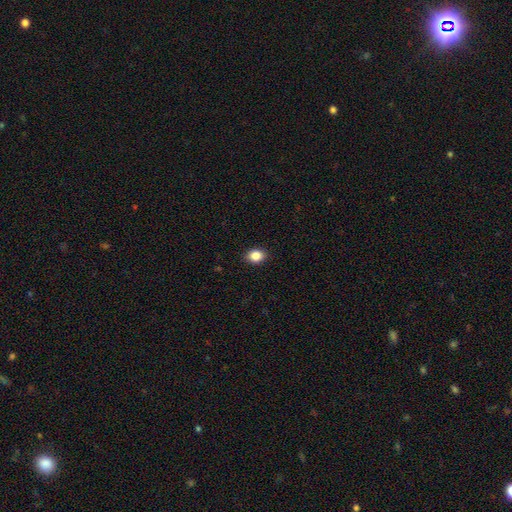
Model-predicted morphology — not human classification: A smooth galaxy with no disk features (86%) that is in between round and cigar-shaped (58%).

Vote fractions:
- Smooth or featured? smooth: 86% / star or artifact: 10% / featured or disk: 5%
- How rounded? in between: 58% / round: 41% / cigar-shaped: 1%
- Merging? none: 90% / minor disturbance: 7% / major disturbance: 2% / merger: 1%